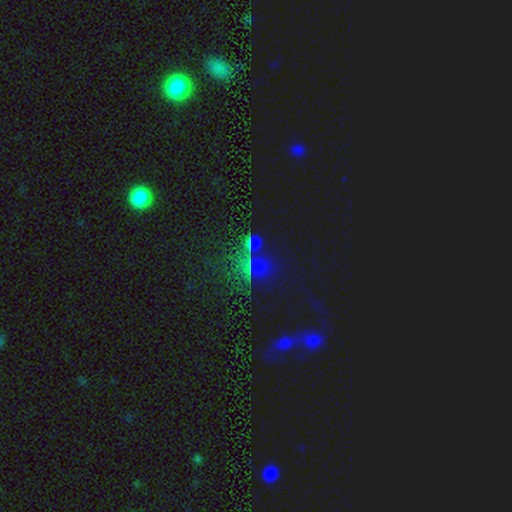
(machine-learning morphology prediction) This appears to be a star or artifact, not a galaxy (59%).